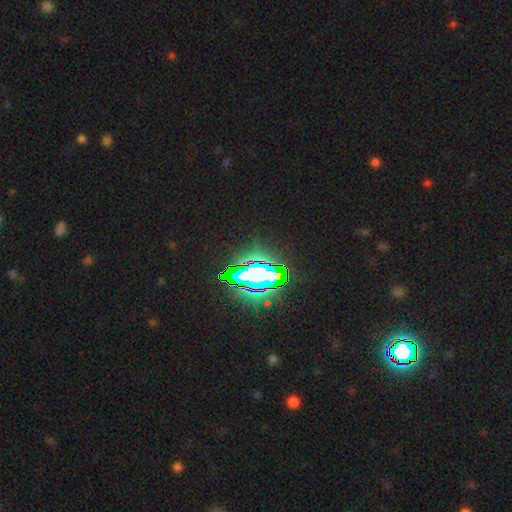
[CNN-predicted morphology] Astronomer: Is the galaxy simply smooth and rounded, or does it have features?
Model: star or artifact — 73%.